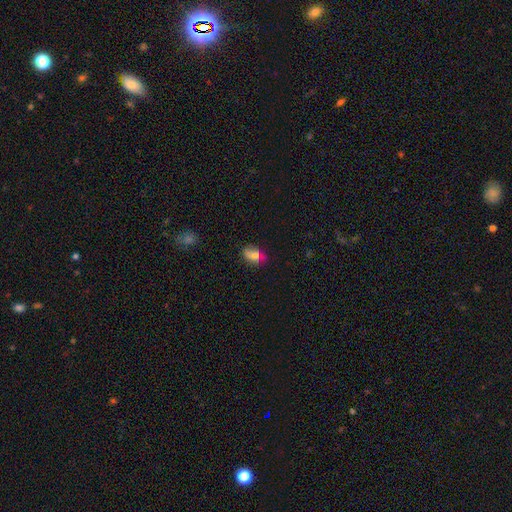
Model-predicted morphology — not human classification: smooth_or_featured: smooth (p=0.72) [alt: featured or disk p=0.16]
how_rounded: in between (p=0.80) [alt: round p=0.18]
merging: none (p=0.61) [alt: minor disturbance p=0.26]